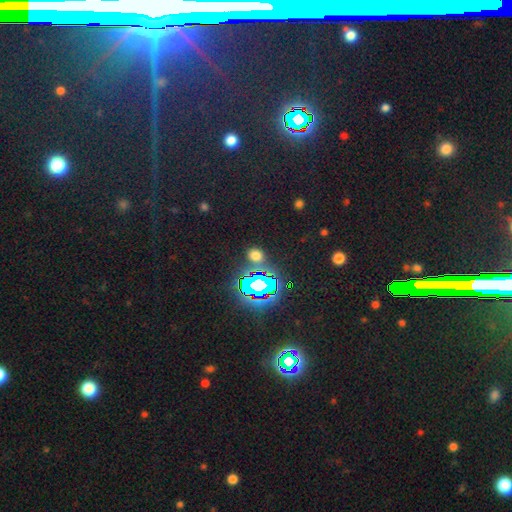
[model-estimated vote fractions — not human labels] A smooth galaxy with no disk features (53%) that is round (67%).

Vote fractions:
- Smooth or featured? smooth: 53% / star or artifact: 41% / featured or disk: 6%
- How rounded? round: 67% / in between: 31% / cigar-shaped: 2%
- Merging? none: 81% / minor disturbance: 9% / merger: 6% / major disturbance: 4%